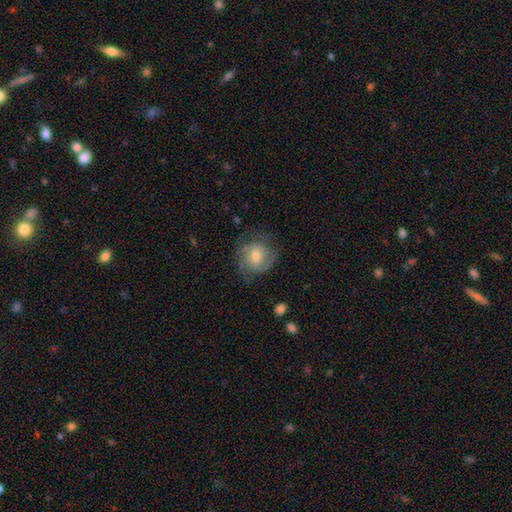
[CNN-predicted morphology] Smooth or featured: featured or disk — 61% (smooth — 31%)
Edge-on disk: no — 97% (yes — 3%)
Bar: no — 58% (weak — 35%)
Spiral arms: yes — 85% (no — 15%)
Spiral winding: tight — 49% (medium — 38%)
Spiral arm count: 2 — 40% (can't tell — 32%)
Bulge size: moderate — 52% (small — 39%)
Merging: none — 68% (minor disturbance — 19%)